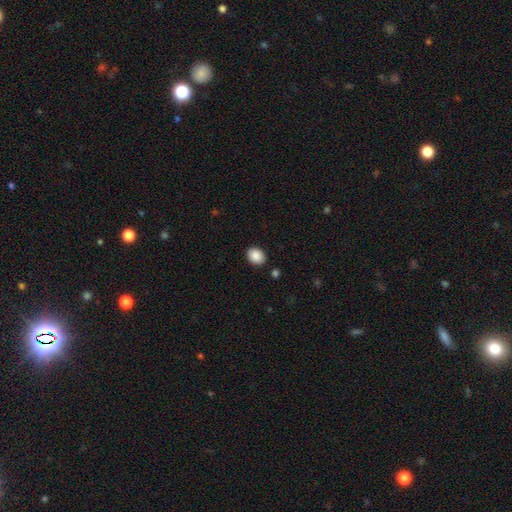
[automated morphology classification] Smooth or featured: smooth — 89% (star or artifact — 8%)
How rounded: in between — 58% (round — 41%)
Merging: none — 89% (minor disturbance — 8%)